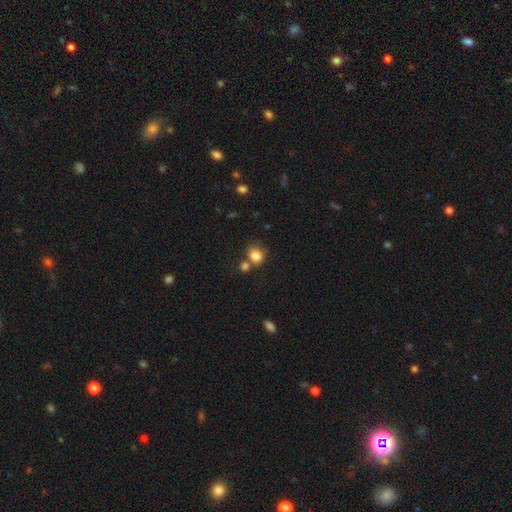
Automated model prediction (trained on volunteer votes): A smooth galaxy with no disk features (83%) that is round (69%).

Vote fractions:
- Smooth or featured? smooth: 83% / star or artifact: 11% / featured or disk: 6%
- How rounded? round: 69% / in between: 30% / cigar-shaped: 1%
- Merging? none: 56% / merger: 26% / minor disturbance: 13% / major disturbance: 5%